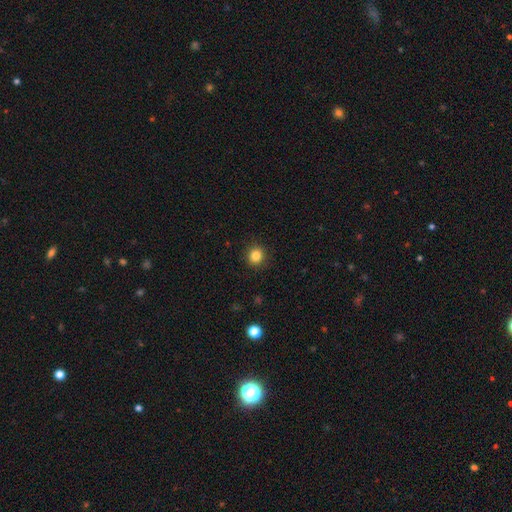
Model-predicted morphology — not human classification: smooth-or-featured: smooth: 84% | star or artifact: 11% | featured or disk: 5%
  how-rounded: round: 91% | in between: 9% | cigar-shaped: 1%
  merging: none: 90% | minor disturbance: 7% | major disturbance: 2% | merger: 1%